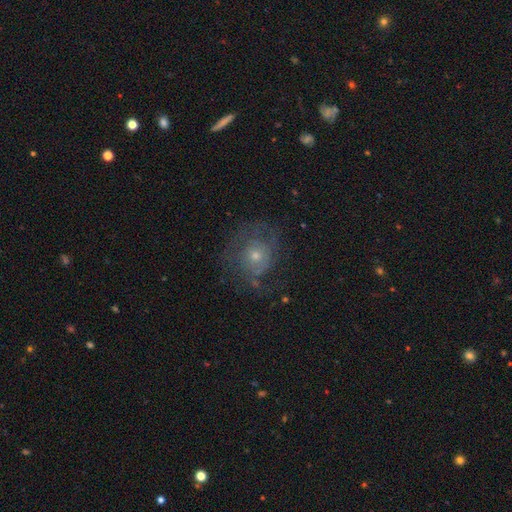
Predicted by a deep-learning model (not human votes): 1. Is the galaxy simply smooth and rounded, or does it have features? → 54% featured or disk, 30% smooth, 15% star or artifact.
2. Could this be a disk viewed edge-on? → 97% no, 3% yes.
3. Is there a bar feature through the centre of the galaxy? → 86% no, 12% weak, 2% strong.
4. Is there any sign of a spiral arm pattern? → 62% yes, 38% no.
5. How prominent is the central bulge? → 49% small, 44% moderate, 4% large, 2% none, 1% dominant.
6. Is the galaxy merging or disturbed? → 63% none, 18% minor disturbance, 17% major disturbance, 2% merger.